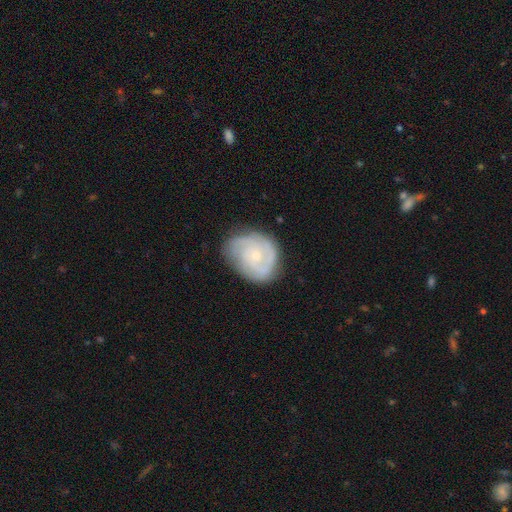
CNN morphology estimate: Smooth or featured?
  - featured or disk: 76% *
  - smooth: 19%
  - star or artifact: 6%
Edge-on disk?
  - no: 98% *
  - yes: 2%
Bar?
  - no: 78% *
  - weak: 20%
  - strong: 3%
Spiral arms?
  - yes: 93% *
  - no: 7%
Spiral winding?
  - tight: 63% *
  - medium: 30%
  - loose: 7%
Spiral arm count?
  - 2: 30% *
  - can't tell: 28%
  - 3: 26%
  - 4: 6%
  - 1: 5%
  - more than 4: 4%
Bulge size?
  - small: 75% *
  - moderate: 21%
  - none: 2%
  - large: 1%
  - dominant: 1%
Merging?
  - none: 71% *
  - minor disturbance: 22%
  - major disturbance: 6%
  - merger: 1%